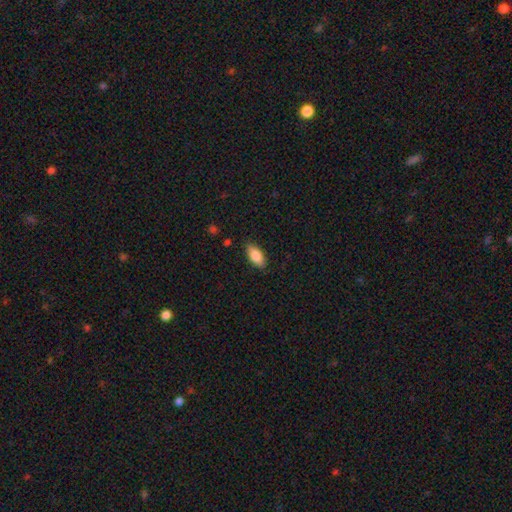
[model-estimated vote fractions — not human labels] Morphology: type=smooth (84%); roundness=in between (88%); merging=none (86%).